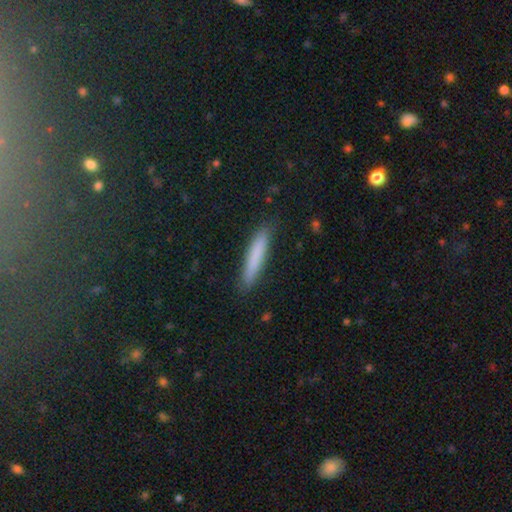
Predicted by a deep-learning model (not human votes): Overall: smooth (80%). How rounded: cigar-shaped (92%). Merging: none (88%).